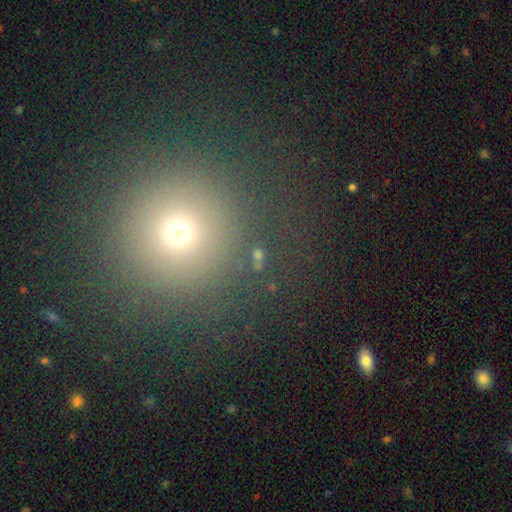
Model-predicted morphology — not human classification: smooth-or-featured: smooth: 61% | star or artifact: 30% | featured or disk: 9%
  how-rounded: round: 92% | in between: 7% | cigar-shaped: 1%
  merging: none: 83% | minor disturbance: 8% | major disturbance: 5% | merger: 5%